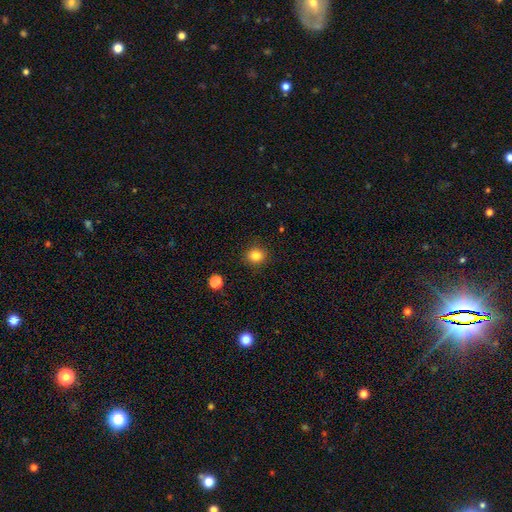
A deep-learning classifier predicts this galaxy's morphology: Smooth or featured: smooth — 84% (star or artifact — 12%)
How rounded: round — 84% (in between — 15%)
Merging: none — 90% (minor disturbance — 7%)